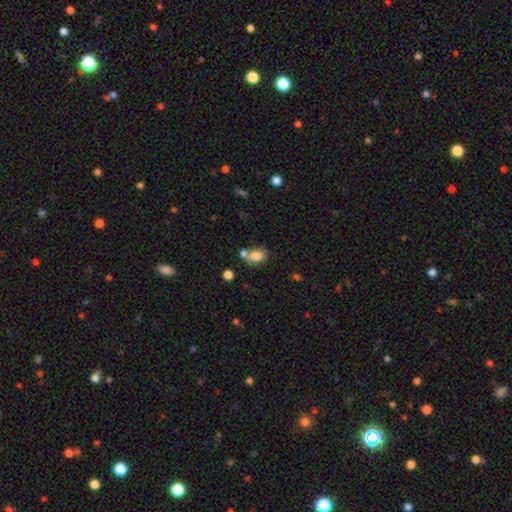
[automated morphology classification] This is likely a smooth galaxy (79%). How rounded: likely in between (73%). Merging: marginally none (42%).